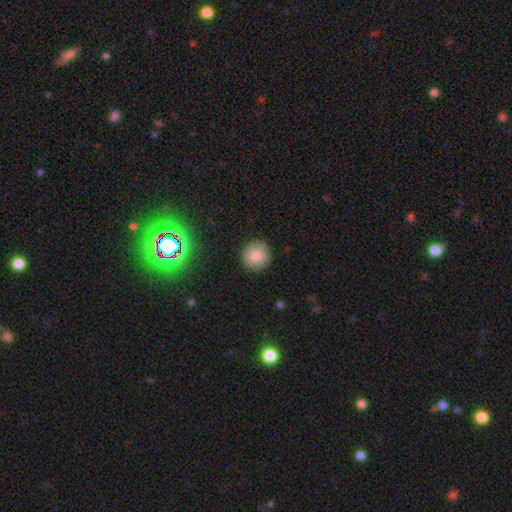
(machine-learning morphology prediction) Smooth or featured? smooth (82%)
How rounded? round (92%)
Merging? none (90%)